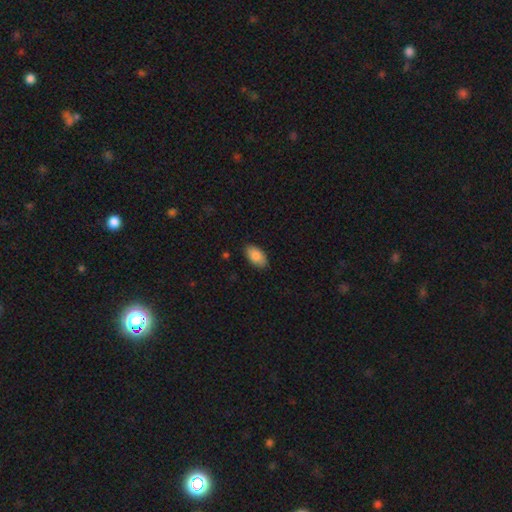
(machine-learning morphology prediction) smooth-or-featured: smooth: 86% | featured or disk: 7% | star or artifact: 7%
  how-rounded: in between: 95% | round: 4% | cigar-shaped: 2%
  merging: none: 87% | minor disturbance: 10% | major disturbance: 2% | merger: 1%